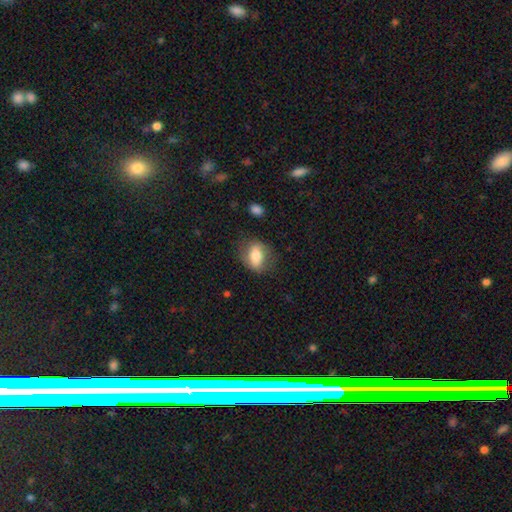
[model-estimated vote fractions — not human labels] Smooth or featured? smooth (69%)
How rounded? in between (76%)
Merging? none (71%)